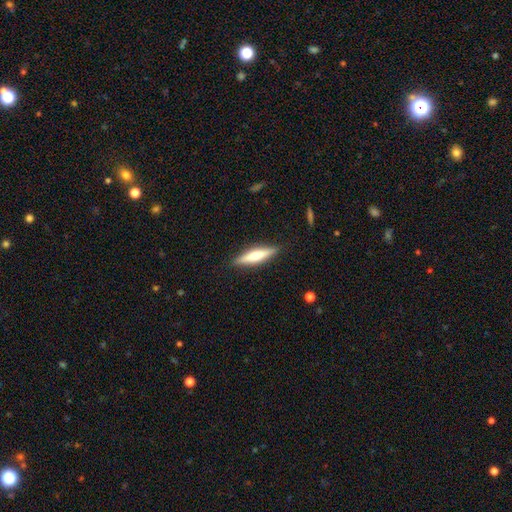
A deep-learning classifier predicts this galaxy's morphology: type=smooth (49%); merging=none (89%).